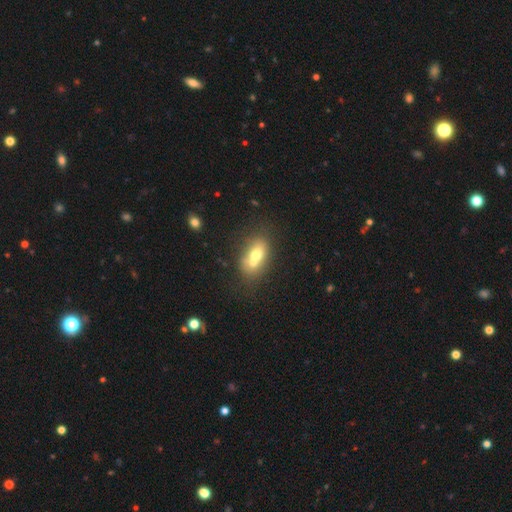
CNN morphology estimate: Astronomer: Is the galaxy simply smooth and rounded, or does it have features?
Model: smooth — 62%.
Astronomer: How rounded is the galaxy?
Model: in between — 76%.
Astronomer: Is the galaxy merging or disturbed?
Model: merger — 54% (runner-up: none, 31%).